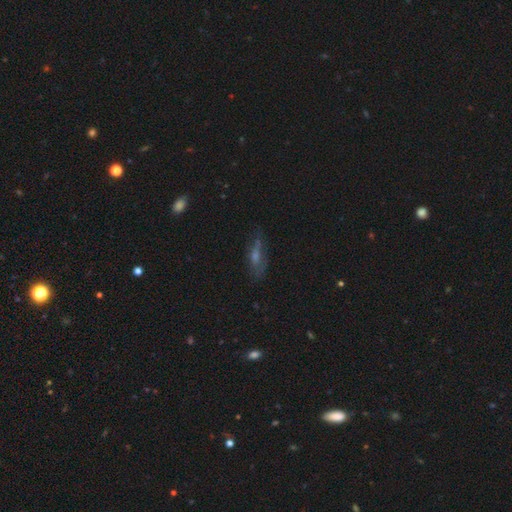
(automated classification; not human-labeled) Overall: featured or disk (43%; smooth 33%). Merging: none (62%).